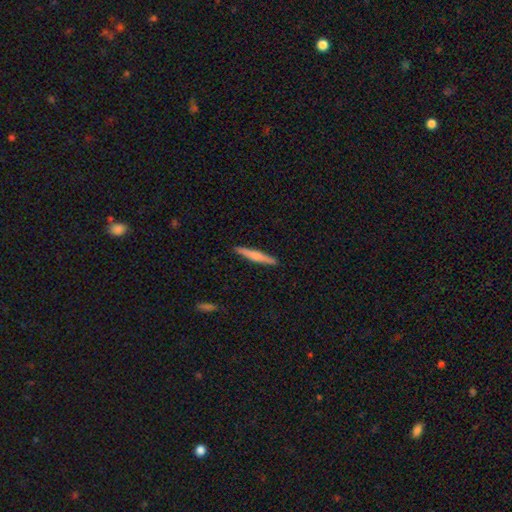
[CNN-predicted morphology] Q: Smooth or featured?
A: smooth (53%); runner-up: featured or disk (42%)
Q: How rounded?
A: cigar-shaped (94%); runner-up: in between (4%)
Q: Merging?
A: none (91%); runner-up: minor disturbance (6%)